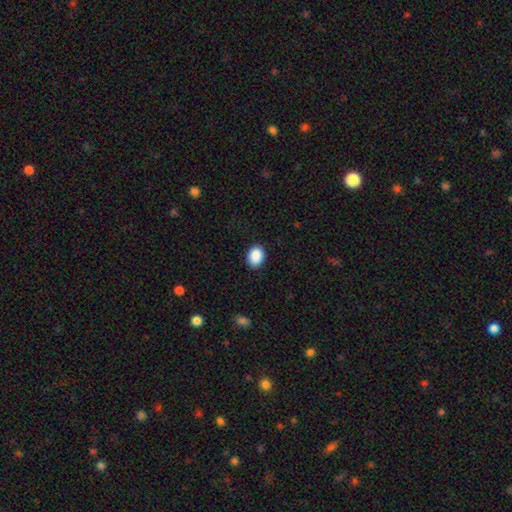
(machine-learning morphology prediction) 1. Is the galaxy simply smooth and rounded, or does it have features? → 90% smooth, 7% star or artifact, 3% featured or disk.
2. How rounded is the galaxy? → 69% in between, 30% round, 1% cigar-shaped.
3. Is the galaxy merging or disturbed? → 88% none, 9% minor disturbance, 2% major disturbance, 1% merger.